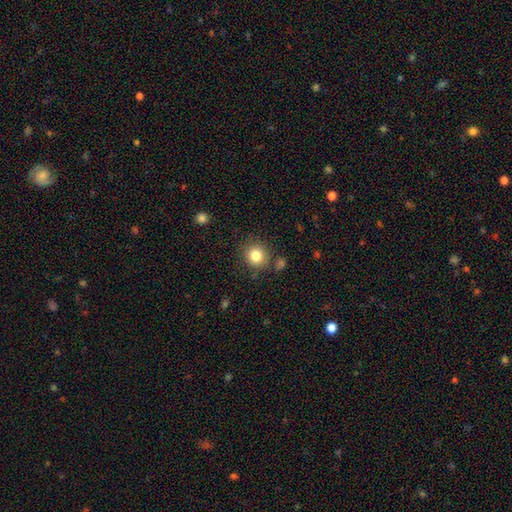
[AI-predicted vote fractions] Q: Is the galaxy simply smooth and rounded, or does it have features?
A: smooth — 83%.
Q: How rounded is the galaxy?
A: round — 89%.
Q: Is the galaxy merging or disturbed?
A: none — 83%.